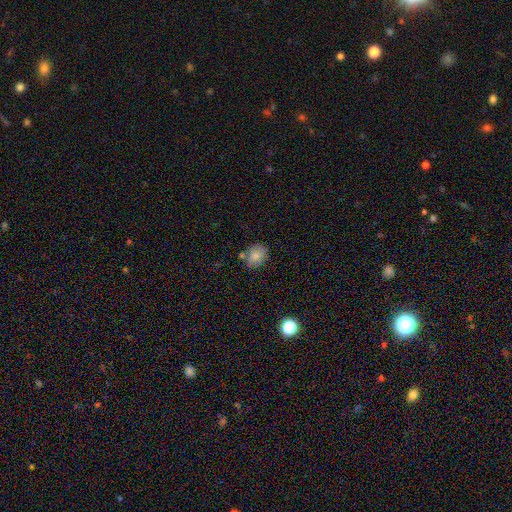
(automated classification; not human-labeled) A smooth galaxy with no disk features (79%) that is in between round and cigar-shaped (51%). Merging: none (68%).